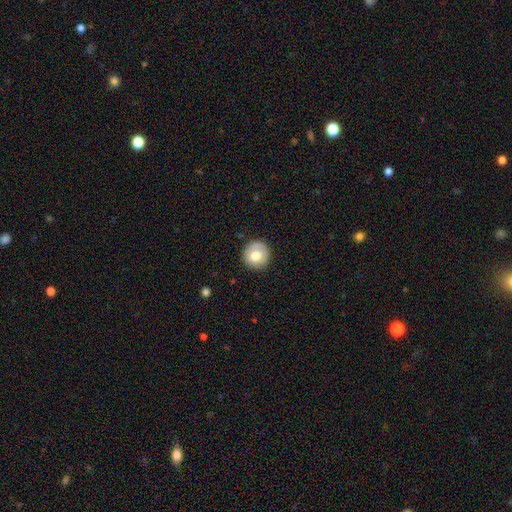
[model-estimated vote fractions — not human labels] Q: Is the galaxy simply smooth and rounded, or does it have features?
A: smooth — 72%.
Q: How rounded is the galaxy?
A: round — 92%.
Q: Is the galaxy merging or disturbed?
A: none — 84%.